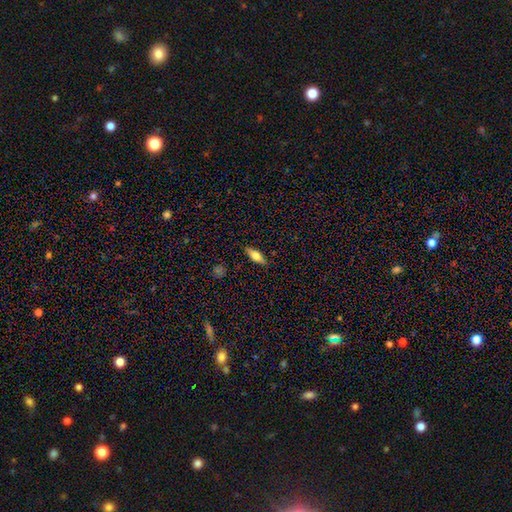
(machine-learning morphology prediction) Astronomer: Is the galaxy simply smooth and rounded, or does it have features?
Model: smooth — 62%.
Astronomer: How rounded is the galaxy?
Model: in between — 65%.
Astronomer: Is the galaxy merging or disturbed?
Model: none — 87%.